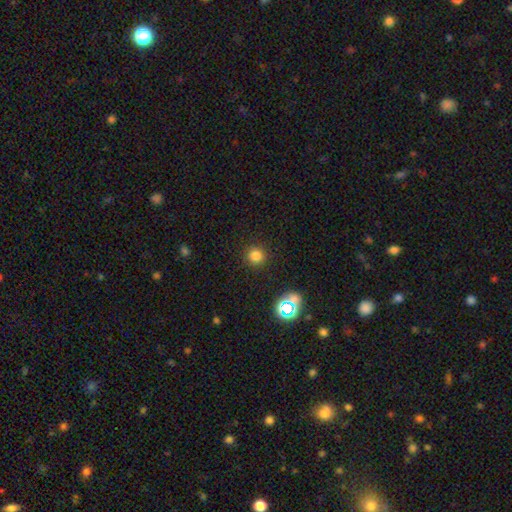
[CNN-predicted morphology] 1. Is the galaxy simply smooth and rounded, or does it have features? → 79% smooth, 17% star or artifact, 5% featured or disk.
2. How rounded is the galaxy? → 93% round, 6% in between, 1% cigar-shaped.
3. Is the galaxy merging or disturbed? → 91% none, 6% minor disturbance, 2% major disturbance, 1% merger.